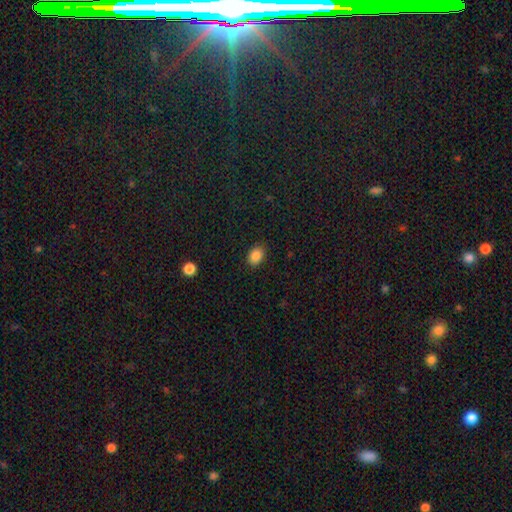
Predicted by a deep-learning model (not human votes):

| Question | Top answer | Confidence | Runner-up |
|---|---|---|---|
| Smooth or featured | smooth | 87% | star or artifact (9%) |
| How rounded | in between | 71% | round (28%) |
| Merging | none | 87% | minor disturbance (10%) |